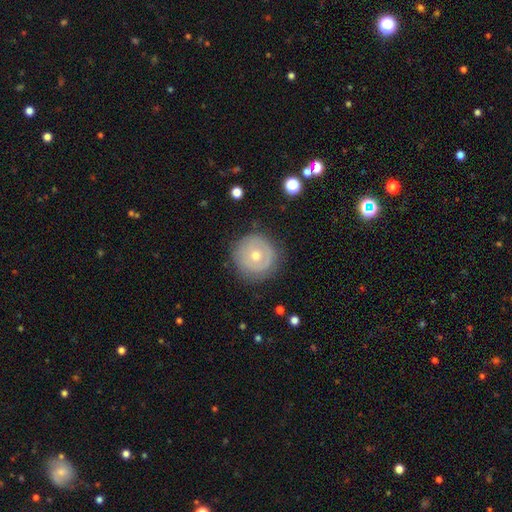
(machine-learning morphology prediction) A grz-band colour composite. It shows a smooth galaxy with no disk features (48%). Merging: none (83%).